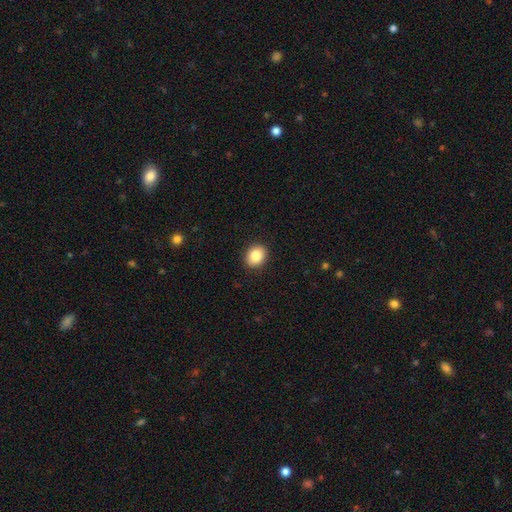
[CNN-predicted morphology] This appears to be a smooth galaxy with no disk features (86%) that is round (55%). Merging: none (91%).